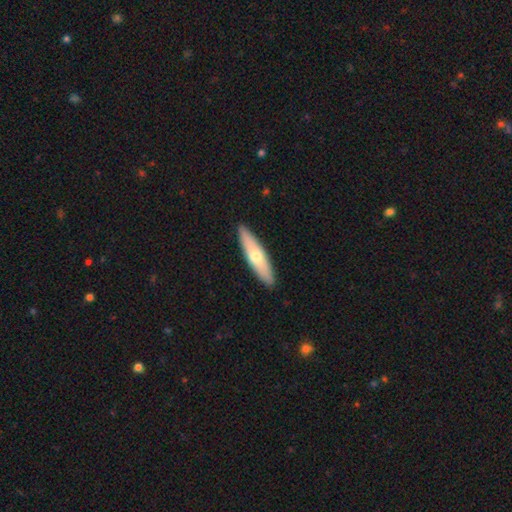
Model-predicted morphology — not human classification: The model was most divided on "smooth or featured": smooth: 59%, featured or disk: 37%, star or artifact: 5%. More confident: merging — none (91%); how rounded — cigar-shaped (76%).